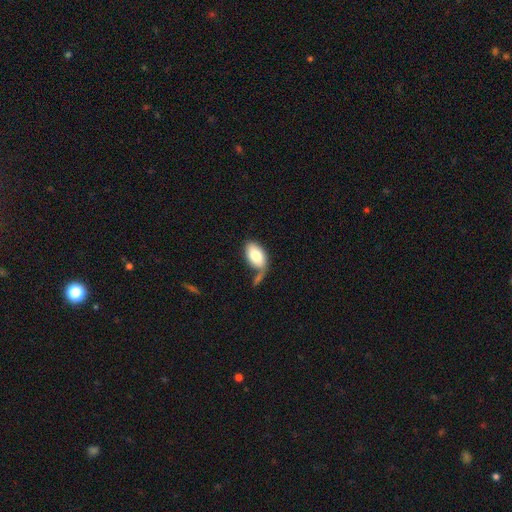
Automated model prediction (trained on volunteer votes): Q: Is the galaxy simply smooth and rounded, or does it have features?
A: smooth — 78%.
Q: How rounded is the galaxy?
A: in between — 93%.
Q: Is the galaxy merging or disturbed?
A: none — 38%.